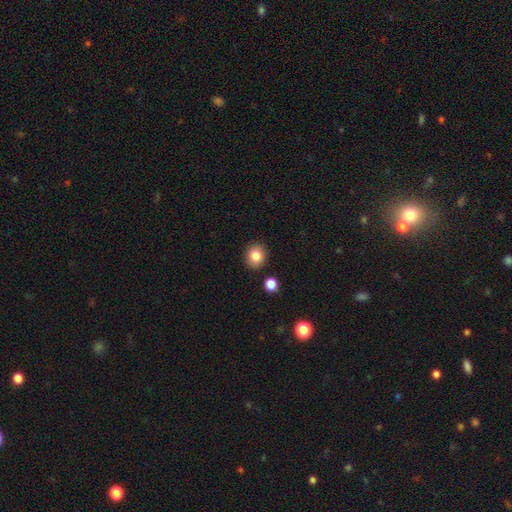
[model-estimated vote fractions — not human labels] Smooth or featured?
  - smooth: 85% *
  - star or artifact: 9%
  - featured or disk: 6%
How rounded?
  - round: 76% *
  - in between: 23%
  - cigar-shaped: 1%
Merging?
  - none: 88% *
  - minor disturbance: 7%
  - merger: 3%
  - major disturbance: 2%